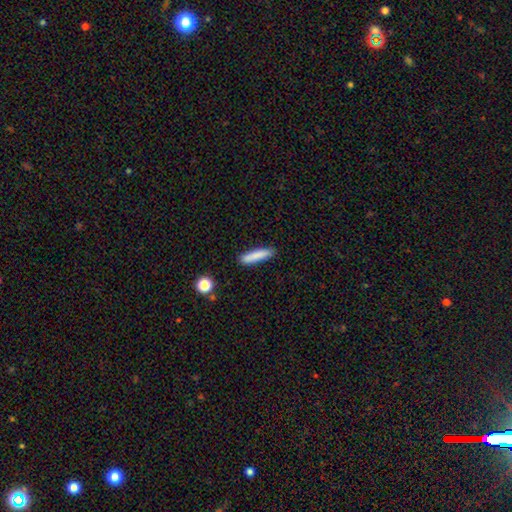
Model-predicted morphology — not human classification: This appears to be a smooth galaxy with no disk features (83%) that is cigar-shaped (86%). Merging: none (87%).